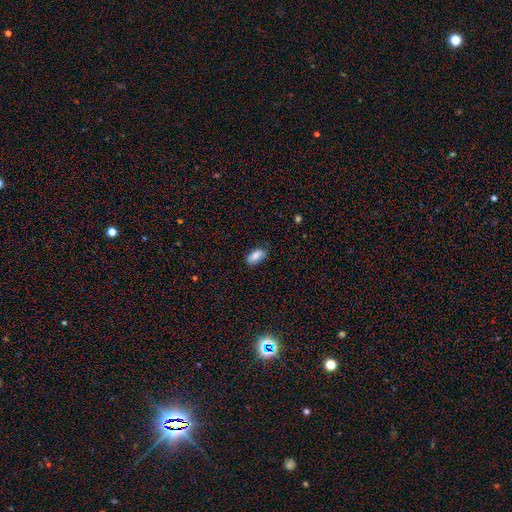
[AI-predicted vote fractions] Morphology: type=smooth (84%); roundness=in between (89%); merging=none (75%).